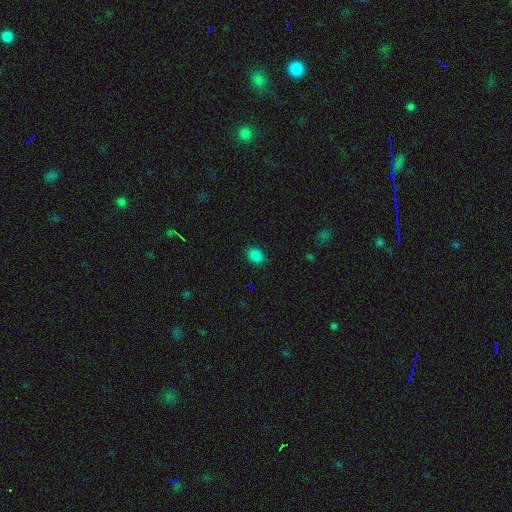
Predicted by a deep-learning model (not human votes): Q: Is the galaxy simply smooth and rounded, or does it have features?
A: smooth — 84%.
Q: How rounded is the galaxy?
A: in between — 68%.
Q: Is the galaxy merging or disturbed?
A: none — 87%.